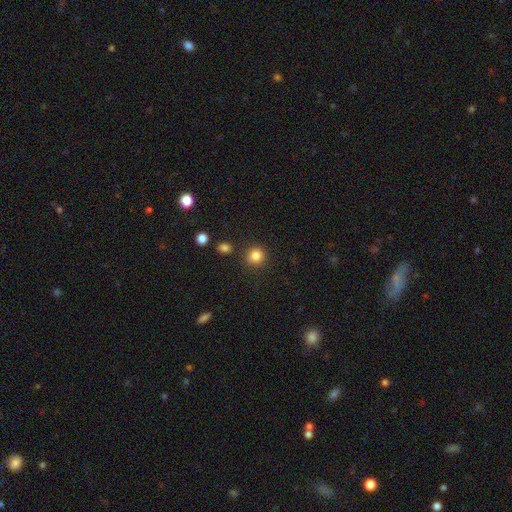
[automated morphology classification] Overall: smooth (85%). How rounded: round (90%). Merging: none (87%).